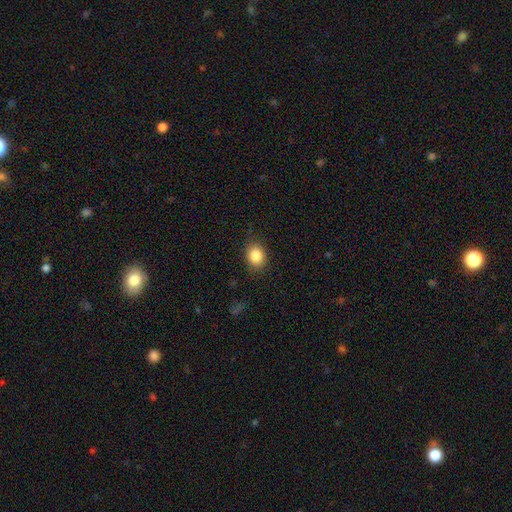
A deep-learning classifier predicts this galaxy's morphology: A smooth galaxy with no disk features (85%) that is round (52%). Merging: none (83%).